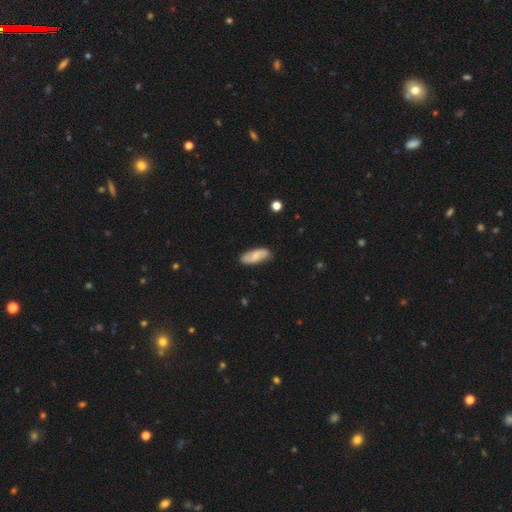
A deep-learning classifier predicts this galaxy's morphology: Smooth or featured: smooth — 56% (featured or disk — 38%)
How rounded: in between — 79% (cigar-shaped — 18%)
Merging: none — 83% (minor disturbance — 13%)